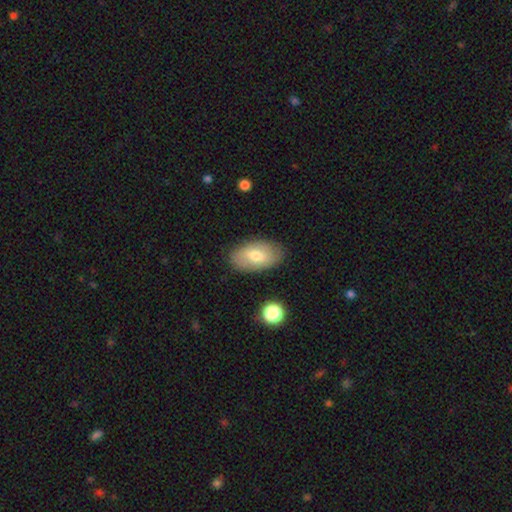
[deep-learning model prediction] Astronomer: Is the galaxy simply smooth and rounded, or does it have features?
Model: smooth — 64%.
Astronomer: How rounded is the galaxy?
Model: in between — 92%.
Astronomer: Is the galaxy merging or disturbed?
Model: none — 84%.